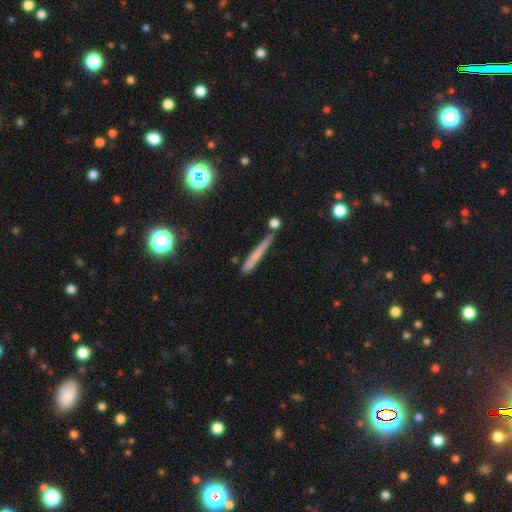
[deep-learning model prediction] Q: Smooth or featured?
A: smooth (60%); runner-up: featured or disk (28%)
Q: How rounded?
A: cigar-shaped (94%); runner-up: in between (3%)
Q: Merging?
A: none (71%); runner-up: minor disturbance (16%)